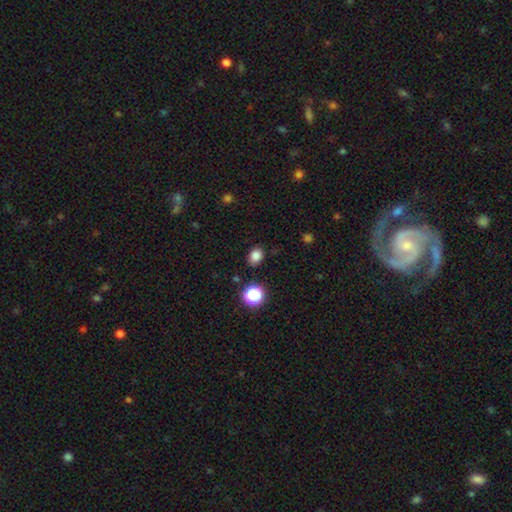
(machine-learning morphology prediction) Overall: smooth (82%). How rounded: in between (57%; round 42%). Merging: none (85%).